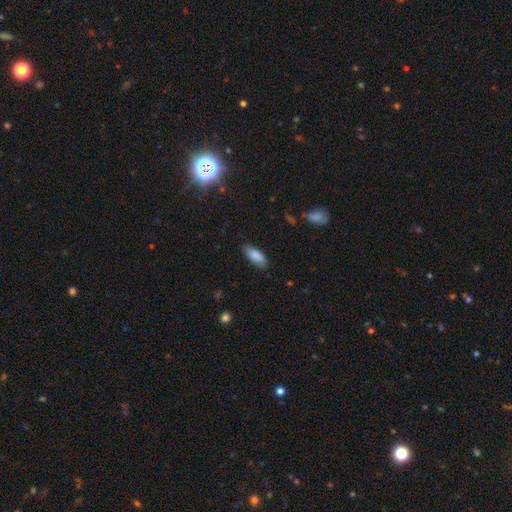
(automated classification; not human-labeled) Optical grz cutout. It shows a smooth galaxy with no disk features (87%) that is in between round and cigar-shaped (78%). Merging: none (82%).